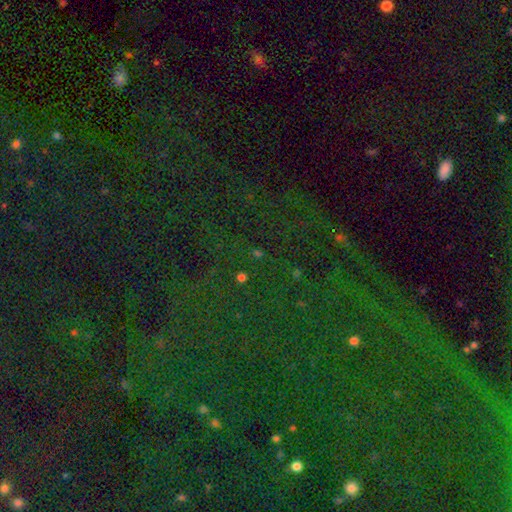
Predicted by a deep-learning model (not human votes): Smooth or featured?
  - star or artifact: 81% *
  - smooth: 10%
  - featured or disk: 9%